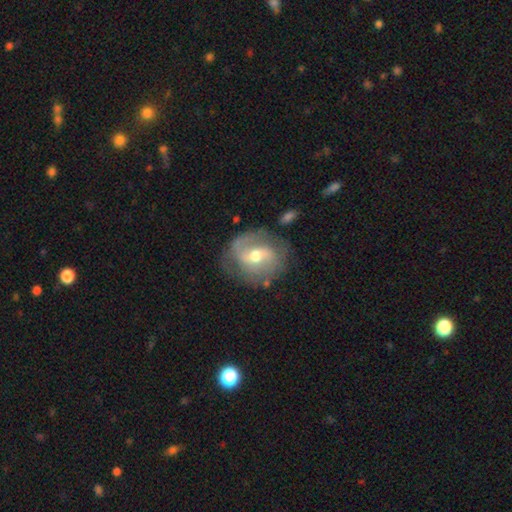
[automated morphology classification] featured or disk 76%, smooth 18%, star or artifact 6%. Down the decision tree: edge-on disk — no (97%); bar — weak (50%); spiral arms — yes (86%); spiral arm count — 2 (77%); spiral winding — medium (45%); bulge size — moderate (71%); merging — none (70%).